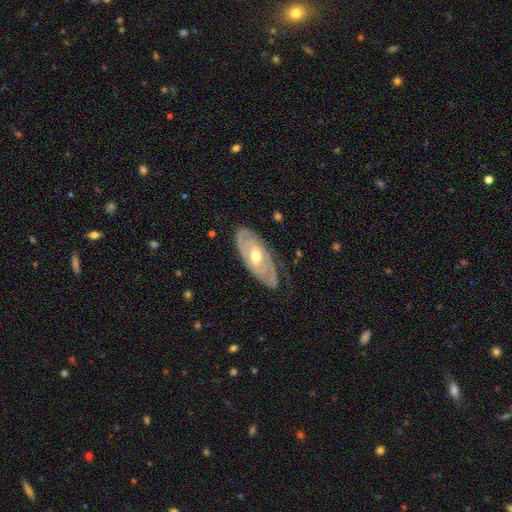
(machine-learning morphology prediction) Smooth or featured? featured or disk (81%)
Edge-on disk? no (88%)
Bar? no (61%)
Spiral arms? yes (83%)
Spiral winding? tight (72%)
Spiral arm count? 2 (47%)
Bulge size? moderate (74%)
Merging? none (75%)